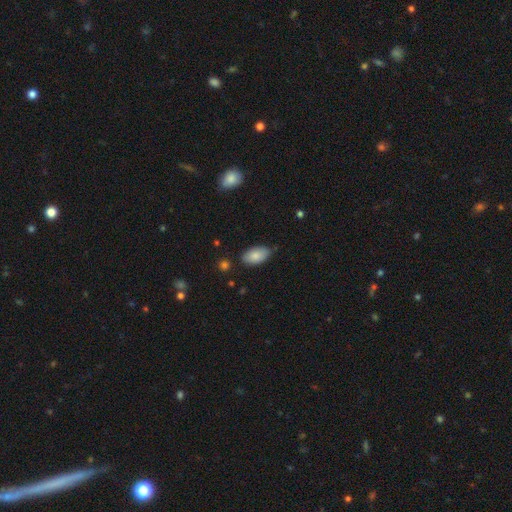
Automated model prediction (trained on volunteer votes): This appears to be a smooth galaxy with no disk features (83%) that is in between round and cigar-shaped (94%). Merging: none (72%).